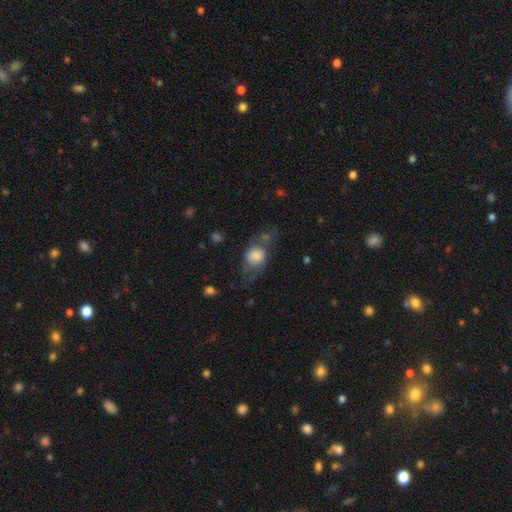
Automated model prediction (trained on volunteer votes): smooth 69%, featured or disk 23%, star or artifact 8%. Down the decision tree: how rounded — in between (50%); merging — none (39%).